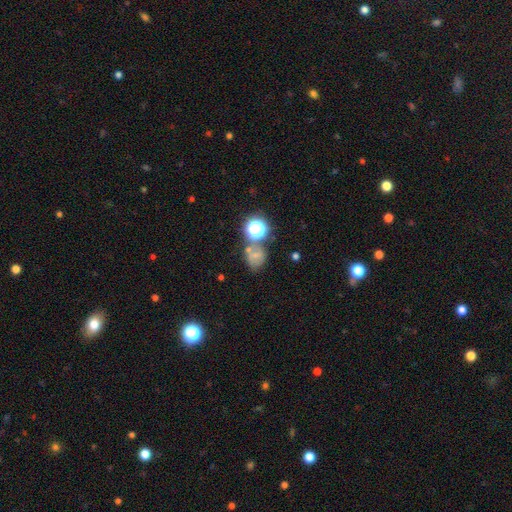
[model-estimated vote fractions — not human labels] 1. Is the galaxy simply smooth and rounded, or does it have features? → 54% smooth, 27% star or artifact, 20% featured or disk.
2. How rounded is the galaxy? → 61% round, 38% in between, 1% cigar-shaped.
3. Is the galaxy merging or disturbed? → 52% none, 22% merger, 16% minor disturbance, 10% major disturbance.